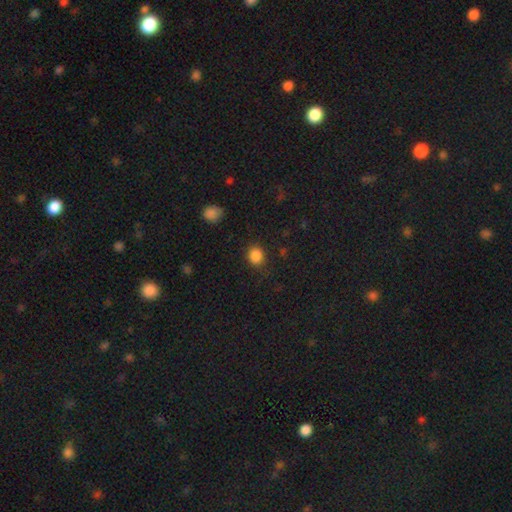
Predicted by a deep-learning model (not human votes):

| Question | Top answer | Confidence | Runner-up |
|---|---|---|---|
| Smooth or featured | smooth | 86% | star or artifact (11%) |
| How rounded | round | 76% | in between (24%) |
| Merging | none | 85% | minor disturbance (10%) |